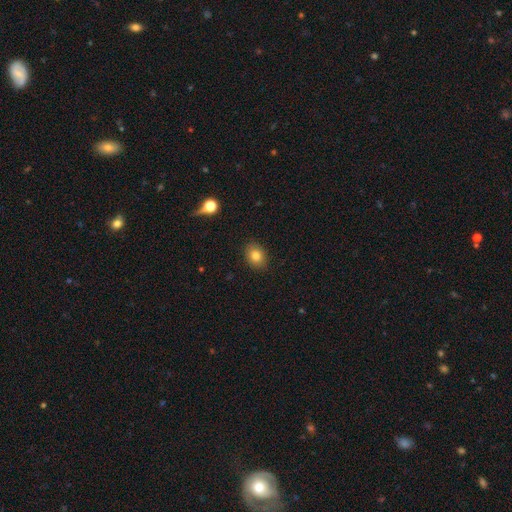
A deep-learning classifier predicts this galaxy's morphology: smooth-or-featured: smooth: 81% | star or artifact: 10% | featured or disk: 8%
  how-rounded: in between: 57% | round: 42% | cigar-shaped: 1%
  merging: none: 87% | minor disturbance: 9% | major disturbance: 2% | merger: 1%